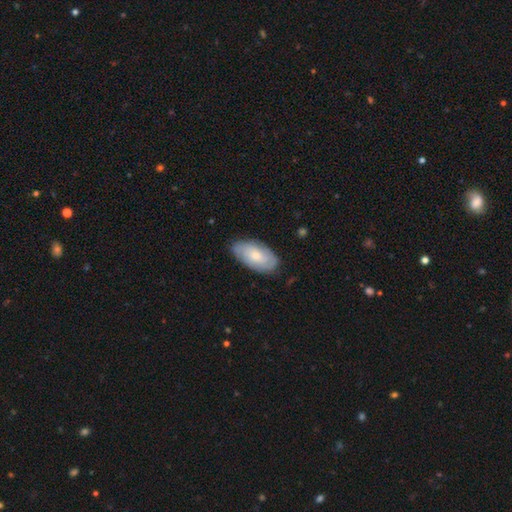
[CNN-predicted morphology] smooth-or-featured: smooth: 56% | featured or disk: 38% | star or artifact: 6%
  how-rounded: in between: 94% | cigar-shaped: 4% | round: 3%
  merging: none: 80% | minor disturbance: 16% | major disturbance: 3% | merger: 1%